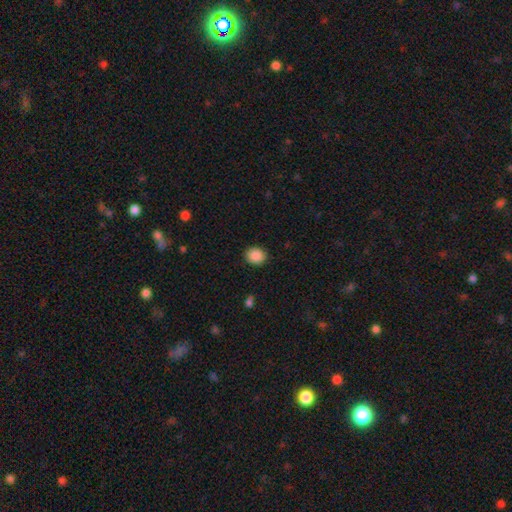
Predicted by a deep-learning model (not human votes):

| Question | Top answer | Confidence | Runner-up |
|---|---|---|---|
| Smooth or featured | smooth | 89% | star or artifact (9%) |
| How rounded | round | 70% | in between (29%) |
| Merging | none | 89% | minor disturbance (8%) |